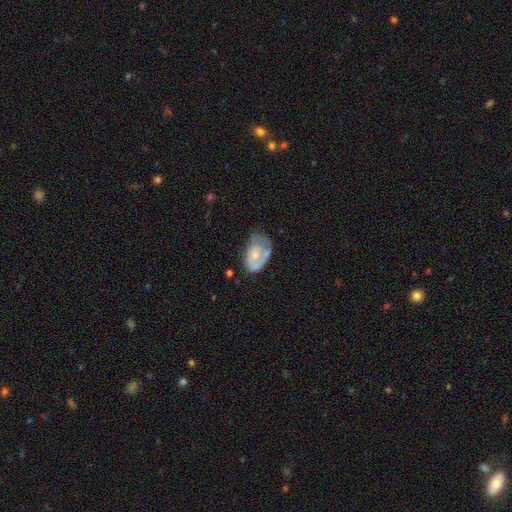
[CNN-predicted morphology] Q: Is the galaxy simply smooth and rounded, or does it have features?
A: smooth — 48%.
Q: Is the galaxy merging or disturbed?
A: none — 41%.